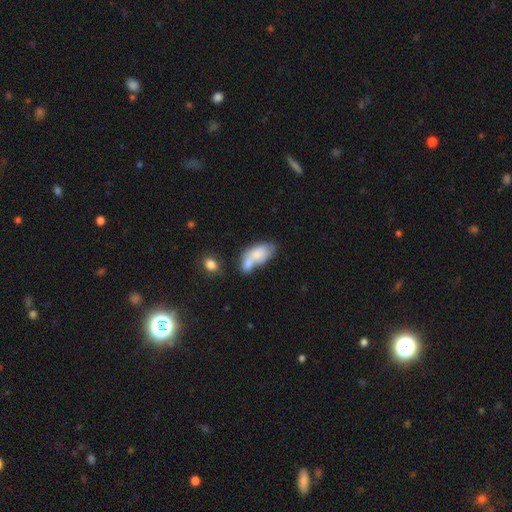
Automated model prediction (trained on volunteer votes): Morphology: type=smooth (73%); roundness=in between (89%); merging=merger (52%).